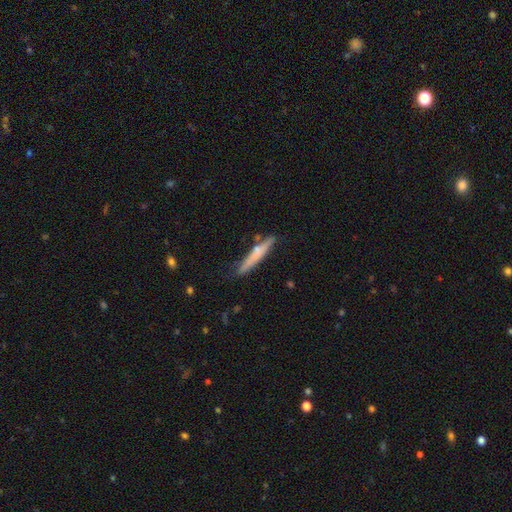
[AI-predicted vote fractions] Smooth or featured: smooth — 52% (featured or disk — 41%)
How rounded: cigar-shaped — 94% (in between — 4%)
Merging: none — 78% (minor disturbance — 15%)